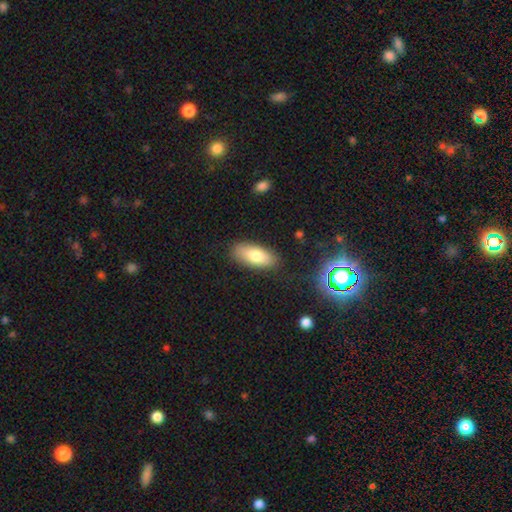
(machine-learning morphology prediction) This is likely a smooth galaxy (79%). How rounded: clearly in between (85%). Merging: clearly none (84%).